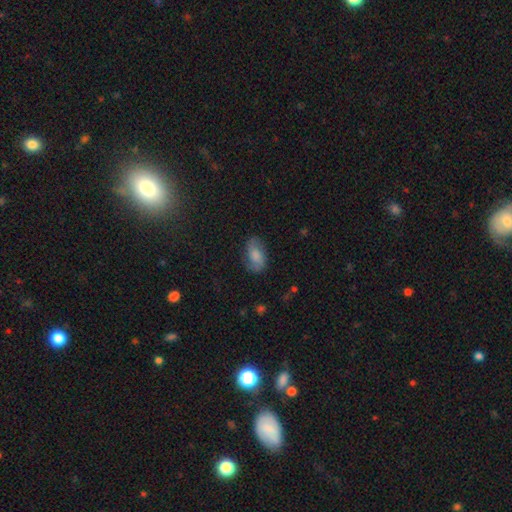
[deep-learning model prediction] The model was most divided on "smooth or featured": smooth: 60%, featured or disk: 32%, star or artifact: 8%. More confident: how rounded — in between (91%); merging — none (72%).